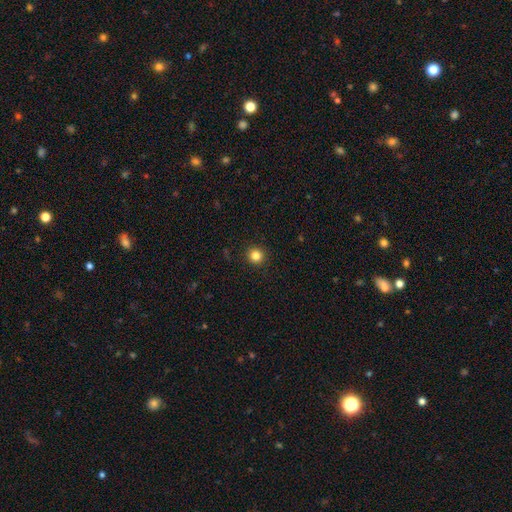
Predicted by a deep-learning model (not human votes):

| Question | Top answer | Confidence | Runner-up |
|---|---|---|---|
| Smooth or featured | smooth | 83% | star or artifact (12%) |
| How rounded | round | 94% | in between (5%) |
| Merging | none | 92% | minor disturbance (5%) |